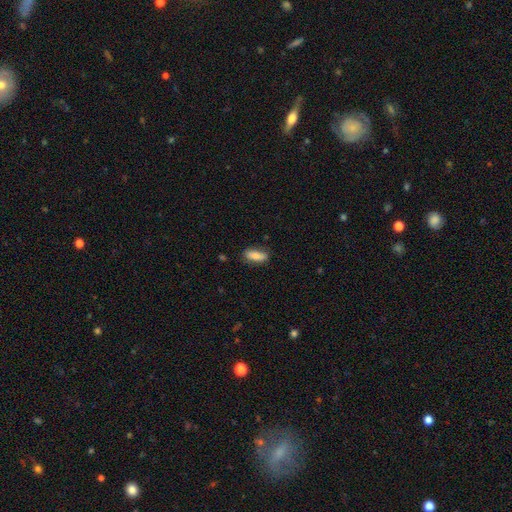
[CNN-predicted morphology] Q: Smooth or featured?
A: smooth (82%); runner-up: featured or disk (11%)
Q: How rounded?
A: in between (70%); runner-up: cigar-shaped (27%)
Q: Merging?
A: none (80%); runner-up: minor disturbance (15%)